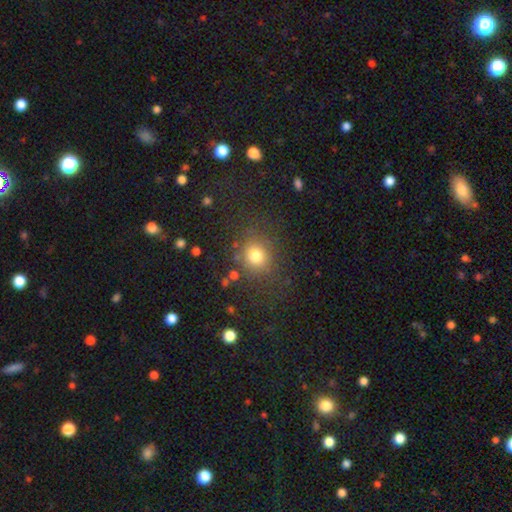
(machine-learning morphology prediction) The model was most divided on "smooth or featured": smooth: 76%, star or artifact: 16%, featured or disk: 8%. More confident: how rounded — round (80%); merging — none (79%).